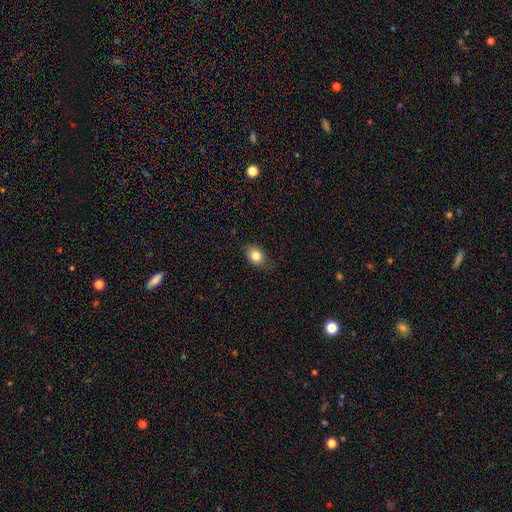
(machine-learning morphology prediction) Q: Smooth or featured?
A: smooth (82%); runner-up: star or artifact (9%)
Q: How rounded?
A: in between (61%); runner-up: round (38%)
Q: Merging?
A: none (74%); runner-up: minor disturbance (20%)